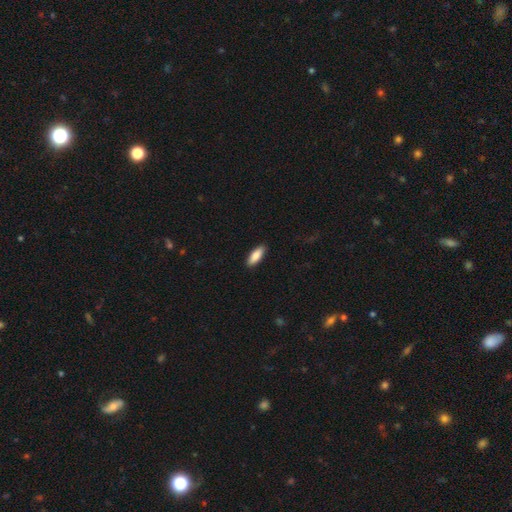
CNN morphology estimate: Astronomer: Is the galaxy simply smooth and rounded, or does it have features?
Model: smooth — 85%.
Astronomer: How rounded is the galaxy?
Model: in between — 66%.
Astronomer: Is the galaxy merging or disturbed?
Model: none — 90%.